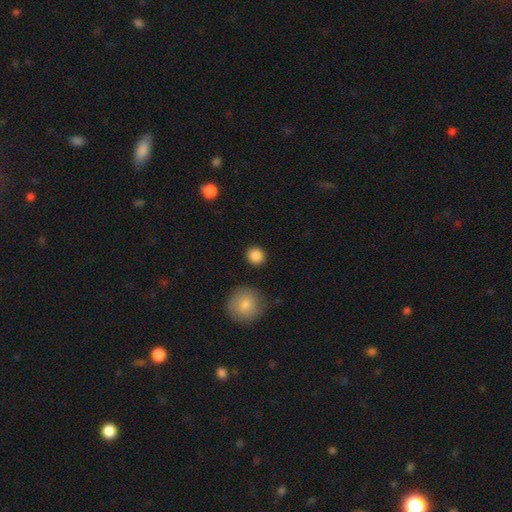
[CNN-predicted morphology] Overall: smooth (87%). How rounded: round (92%). Merging: none (90%).